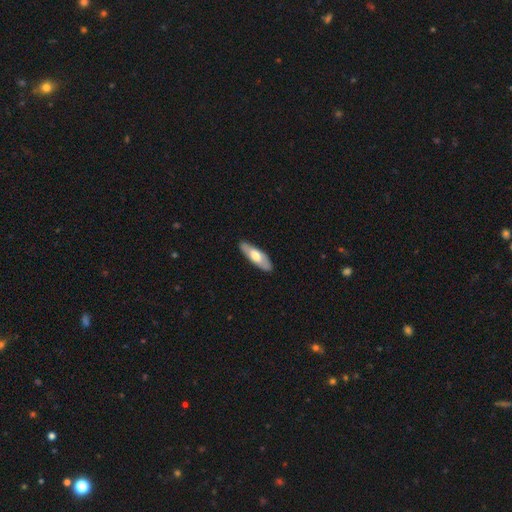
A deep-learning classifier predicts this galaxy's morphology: This is possibly a smooth galaxy (56%). How rounded: possibly in between (56%). Merging: clearly none (87%).